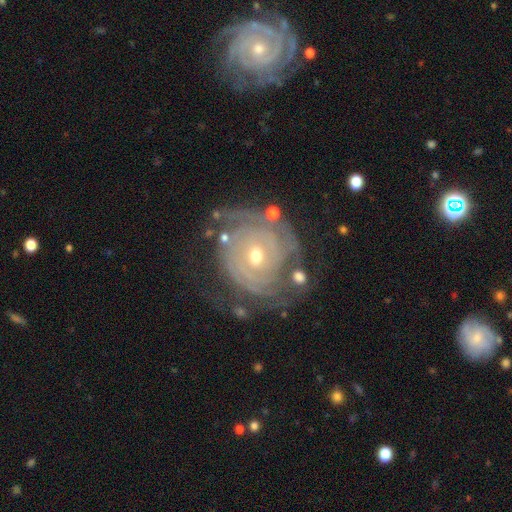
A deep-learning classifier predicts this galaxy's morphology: smooth-or-featured: featured or disk: 85% | smooth: 9% | star or artifact: 6%
  disk-edge-on: no: 97% | yes: 3%
    bar: no: 62% | weak: 30% | strong: 8%
    has-spiral-arms: yes: 93% | no: 7%
      spiral-winding: tight: 81% | medium: 14% | loose: 4%
      spiral-arm-count: can't tell: 38% | 2: 20% | 3: 17% | 4: 12% | more than 4: 7% | 1: 6%
    bulge-size: moderate: 48% (tied) | small: 48% (tied) | large: 2% | none: 1% | dominant: 1%
  merging: none: 64% | minor disturbance: 20% | major disturbance: 12% | merger: 4%